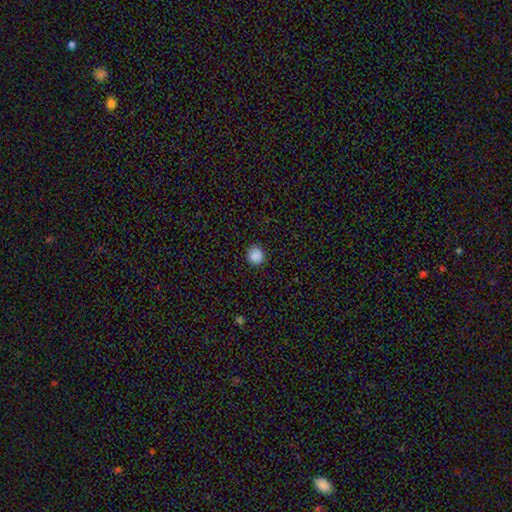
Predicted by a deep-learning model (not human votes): Morphology: type=smooth (87%); roundness=round (89%); merging=none (89%).